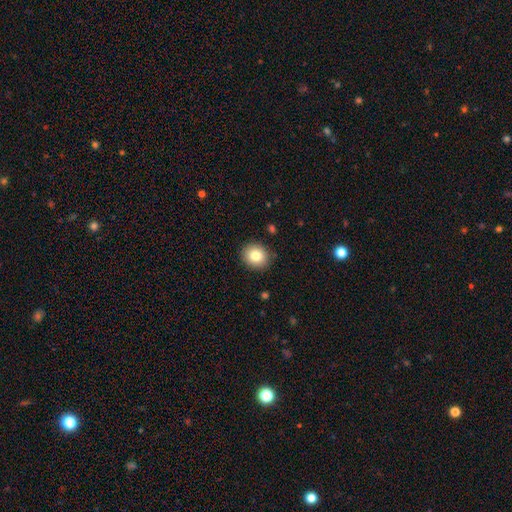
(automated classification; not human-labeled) Smooth or featured? Predicted: smooth (p=0.81). How rounded? Predicted: round (p=0.77). Merging? Predicted: none (p=0.89).